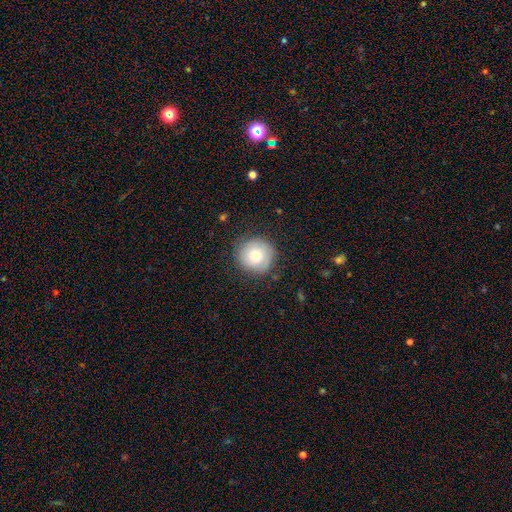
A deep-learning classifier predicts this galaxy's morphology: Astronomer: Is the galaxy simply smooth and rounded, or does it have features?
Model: smooth — 71%.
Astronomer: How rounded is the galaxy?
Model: round — 94%.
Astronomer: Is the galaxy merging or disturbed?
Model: none — 83%.